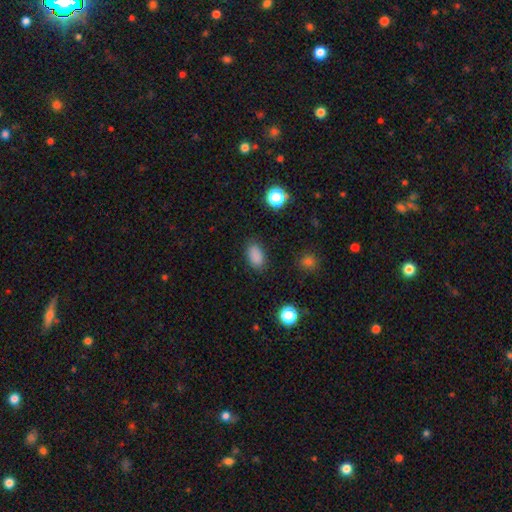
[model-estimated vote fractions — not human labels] Overall: smooth (86%). How rounded: in between (90%). Merging: none (85%).